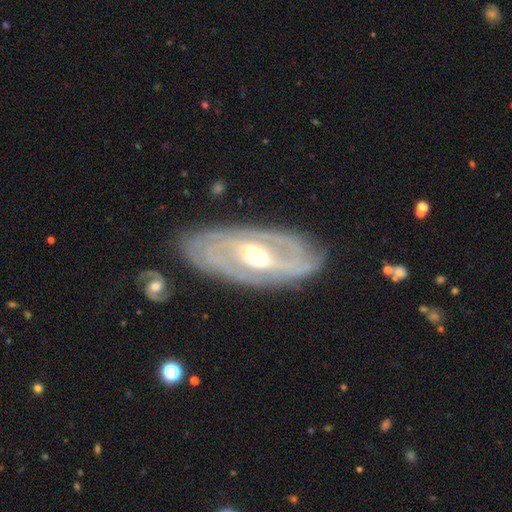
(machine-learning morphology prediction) This is clearly a featured or disk galaxy (86%). It is clearly not viewed edge-on (91%). Bar: marginally weak (41%). Spiral arm pattern: clearly yes (89%). Spiral arm count: possibly 2 (55%). Spiral winding: possibly tight (56%). Central bulge: likely moderate (70%). Merging: clearly none (81%).